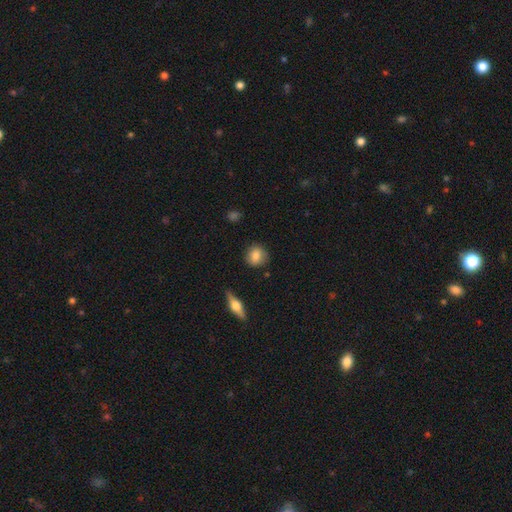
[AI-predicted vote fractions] Overall: smooth (80%). How rounded: round (85%). Merging: none (87%).